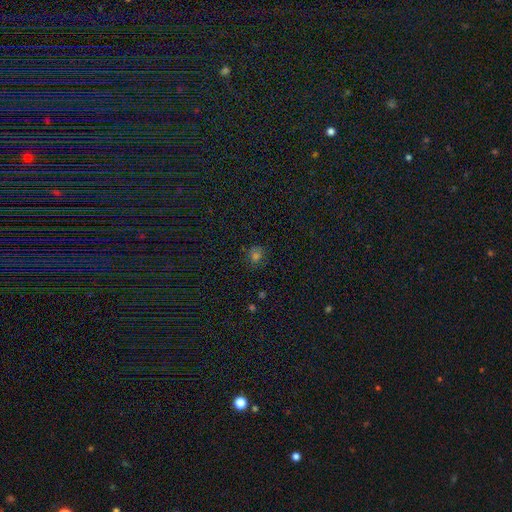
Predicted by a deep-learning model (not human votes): Q: Smooth or featured?
A: smooth (66%); runner-up: star or artifact (27%)
Q: How rounded?
A: round (78%); runner-up: in between (21%)
Q: Merging?
A: none (78%); runner-up: minor disturbance (16%)